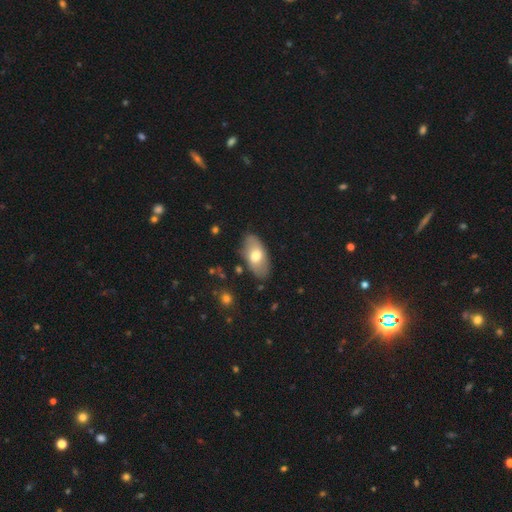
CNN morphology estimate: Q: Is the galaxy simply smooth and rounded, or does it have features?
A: smooth — 66%.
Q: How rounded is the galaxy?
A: in between — 93%.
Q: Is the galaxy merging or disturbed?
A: none — 82%.